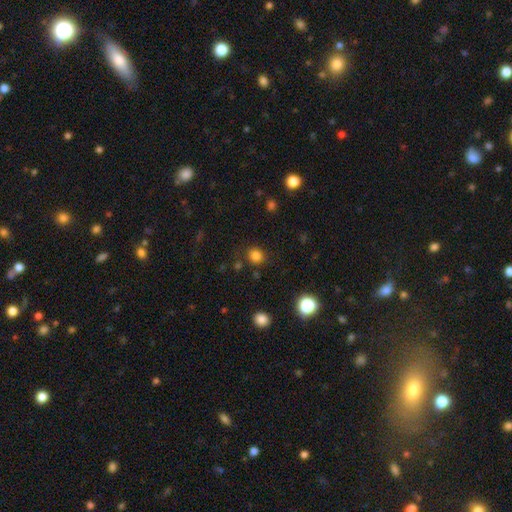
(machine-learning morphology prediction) smooth-or-featured: smooth: 81% | star or artifact: 14% | featured or disk: 4%
  how-rounded: round: 85% | in between: 14% | cigar-shaped: 1%
  merging: none: 83% | minor disturbance: 10% | major disturbance: 4% | merger: 3%